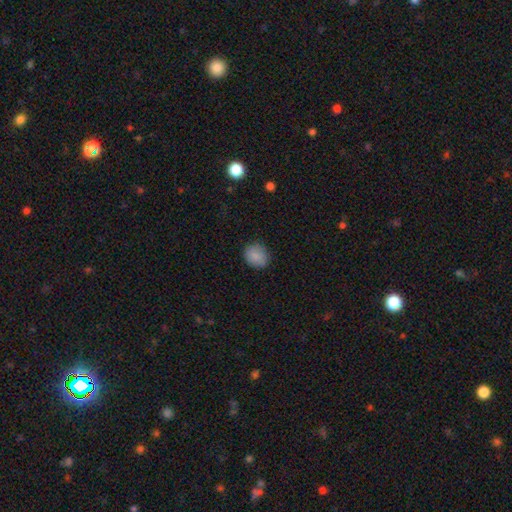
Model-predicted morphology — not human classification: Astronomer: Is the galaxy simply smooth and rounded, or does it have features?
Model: smooth — 87%.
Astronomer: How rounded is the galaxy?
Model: round — 70%.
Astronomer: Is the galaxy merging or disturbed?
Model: none — 84%.